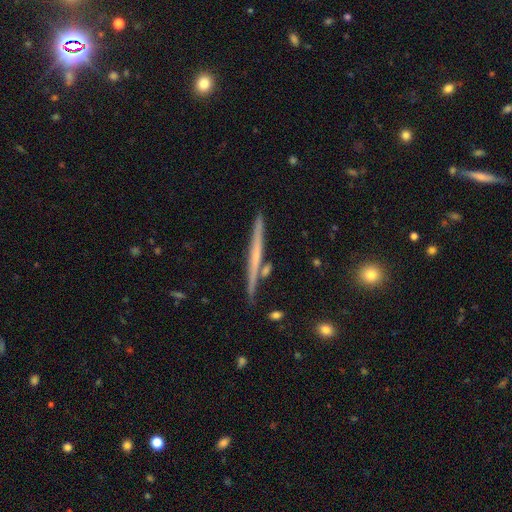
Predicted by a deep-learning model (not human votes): Smooth or featured?
  - featured or disk: 63% *
  - smooth: 30%
  - star or artifact: 6%
Edge-on disk?
  - yes: 98% *
  - no: 2%
Edge-on bulge?
  - none: 73% *
  - rounded: 21%
  - boxy: 6%
Merging?
  - none: 87% *
  - minor disturbance: 8%
  - merger: 3%
  - major disturbance: 2%